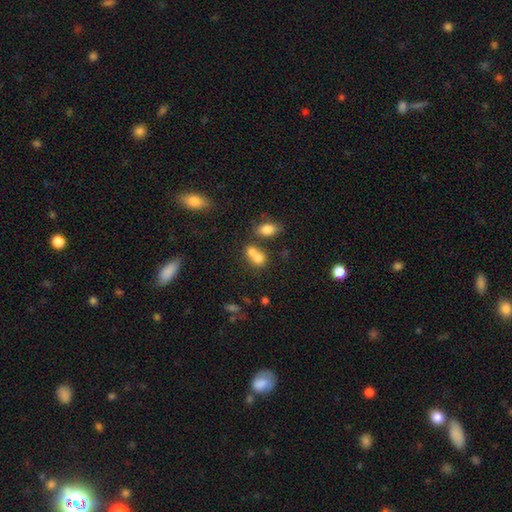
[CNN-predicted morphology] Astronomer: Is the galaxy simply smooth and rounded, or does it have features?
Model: smooth — 73%.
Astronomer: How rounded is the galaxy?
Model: round — 50% (runner-up: in between, 48%).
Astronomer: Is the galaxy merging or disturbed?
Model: merger — 60%.